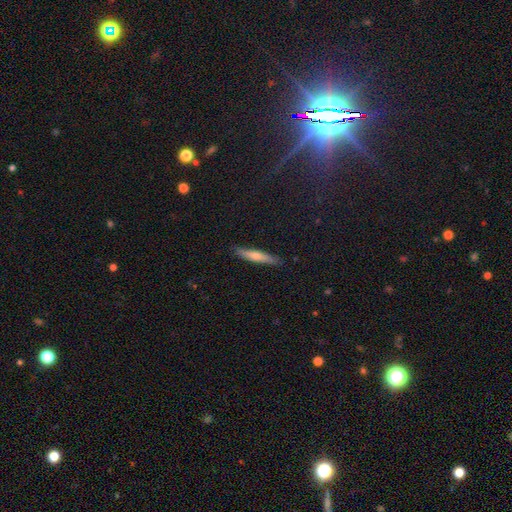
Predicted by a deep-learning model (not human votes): smooth_or_featured: smooth (p=0.62) [alt: featured or disk p=0.32]
how_rounded: cigar-shaped (p=0.90) [alt: in between p=0.09]
merging: none (p=0.86) [alt: minor disturbance p=0.11]